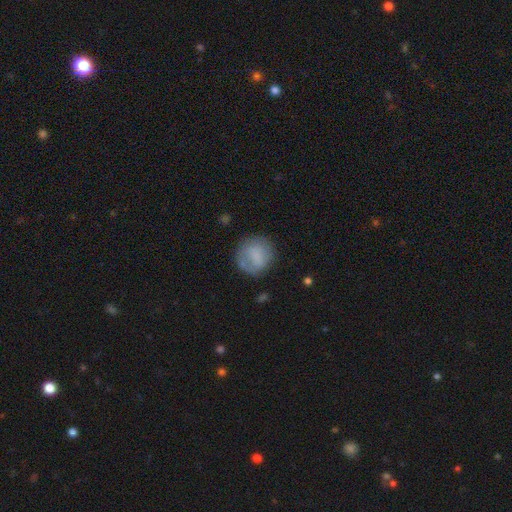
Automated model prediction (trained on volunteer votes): This appears to be a smooth galaxy with no disk features (71%) that is round (87%). Merging: none (67%).